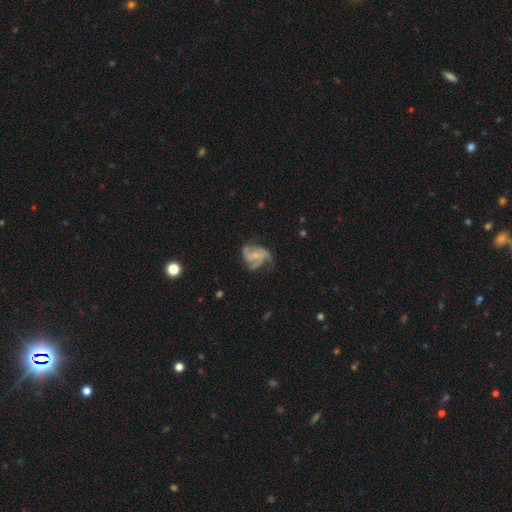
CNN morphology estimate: This is likely a featured or disk galaxy (78%). It is clearly not viewed edge-on (98%). Bar: likely no (63%). Spiral arm pattern: clearly yes (92%). Spiral arm count: possibly 3 (56%). Spiral winding: possibly medium (49%). Central bulge: likely small (67%). Merging: possibly none (47%).